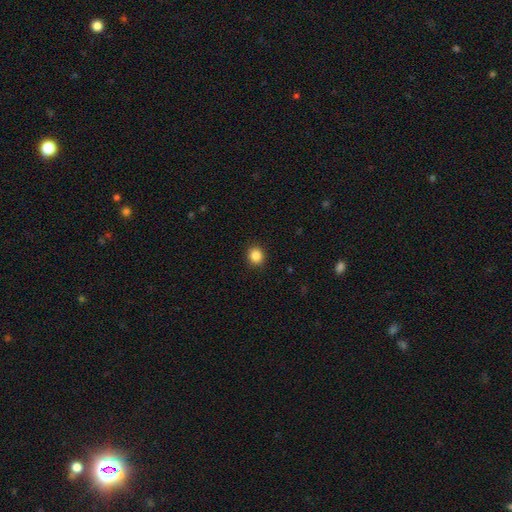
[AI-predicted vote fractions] Morphology: type=smooth (86%); roundness=round (80%); merging=none (91%).